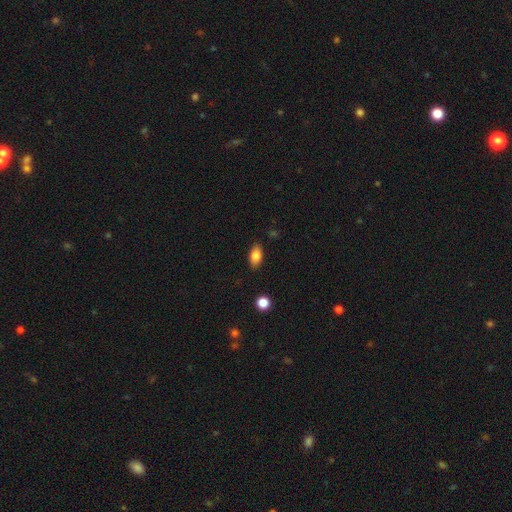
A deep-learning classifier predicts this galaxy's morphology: Q: Smooth or featured?
A: smooth (82%); runner-up: featured or disk (9%)
Q: How rounded?
A: in between (89%); runner-up: round (6%)
Q: Merging?
A: none (86%); runner-up: minor disturbance (11%)